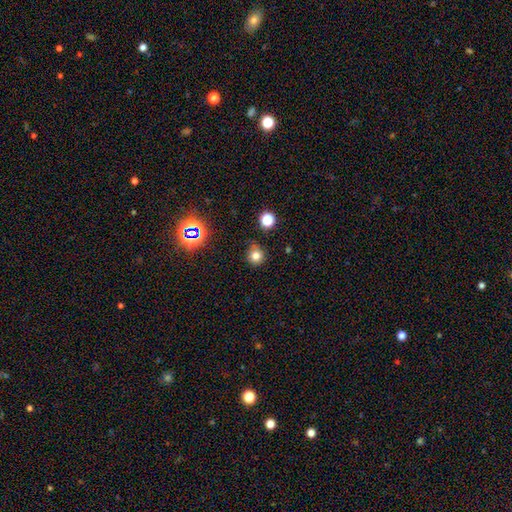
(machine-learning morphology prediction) Smooth or featured? smooth (75%)
How rounded? round (87%)
Merging? none (75%)